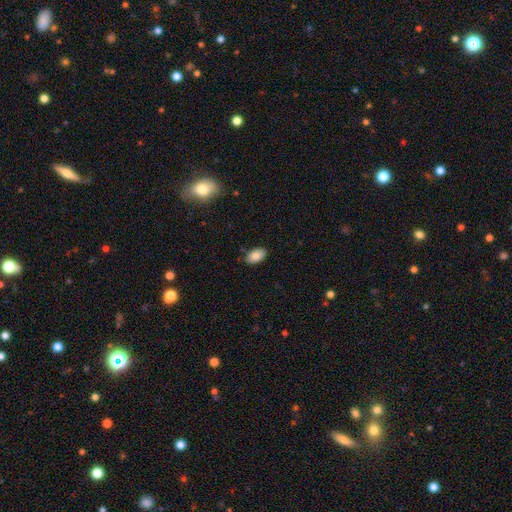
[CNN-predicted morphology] Smooth or featured? smooth (86%)
How rounded? in between (93%)
Merging? none (86%)